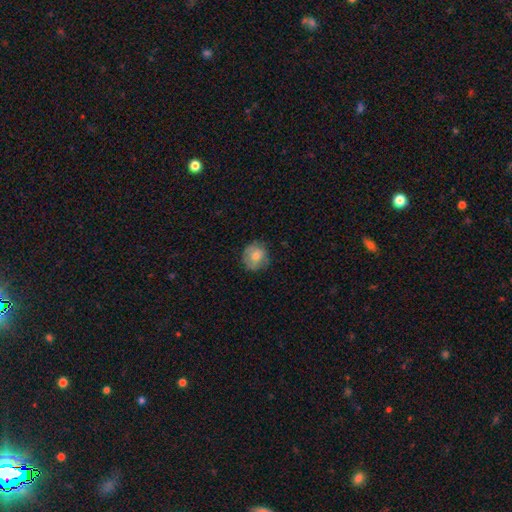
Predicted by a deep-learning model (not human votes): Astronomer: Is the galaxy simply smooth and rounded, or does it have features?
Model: smooth — 69%.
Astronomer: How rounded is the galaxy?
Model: round — 84%.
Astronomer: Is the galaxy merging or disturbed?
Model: none — 74%.